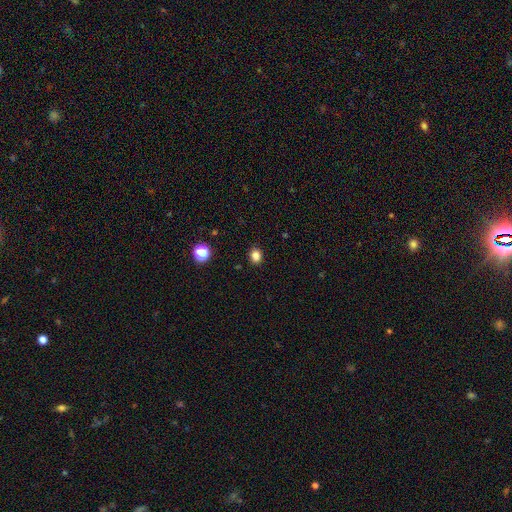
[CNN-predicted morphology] smooth-or-featured: smooth: 83% | star or artifact: 13% | featured or disk: 4%
  how-rounded: round: 59% | in between: 40% | cigar-shaped: 1%
  merging: none: 89% | minor disturbance: 7% | major disturbance: 2% | merger: 1%